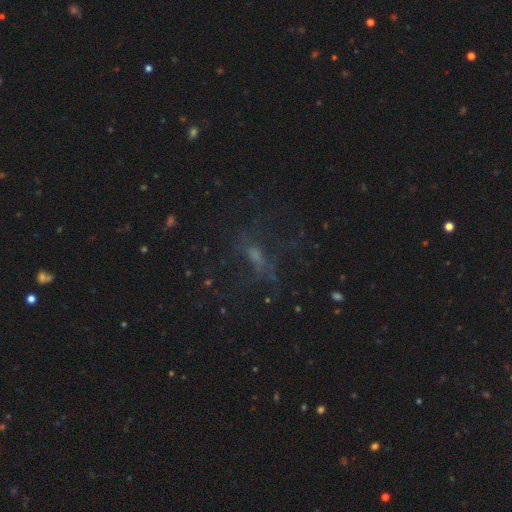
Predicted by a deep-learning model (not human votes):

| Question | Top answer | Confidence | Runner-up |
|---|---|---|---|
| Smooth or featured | featured or disk | 40% | star or artifact (31%) |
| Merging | none | 55% | major disturbance (25%) |